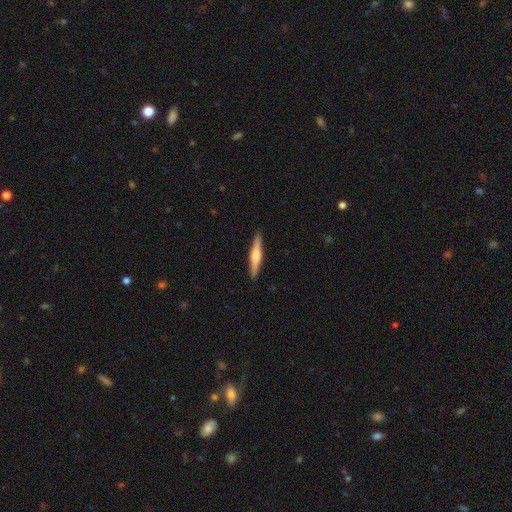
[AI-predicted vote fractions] Morphology: type=featured or disk (56%); edge-on=yes (97%); edge-on bulge=rounded (77%); merging=none (91%).